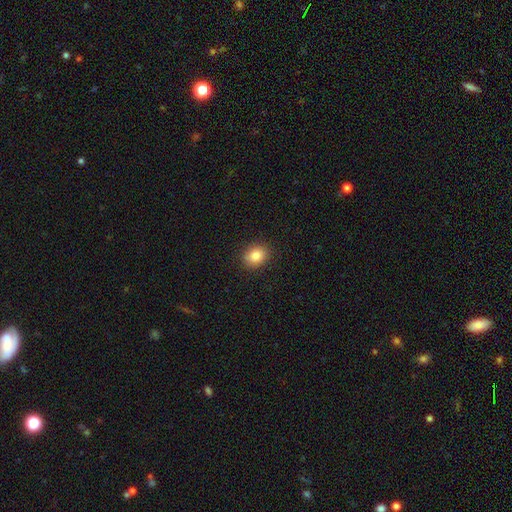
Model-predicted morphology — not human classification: Q: Smooth or featured?
A: smooth (83%); runner-up: star or artifact (10%)
Q: How rounded?
A: round (54%); runner-up: in between (45%)
Q: Merging?
A: none (89%); runner-up: minor disturbance (8%)